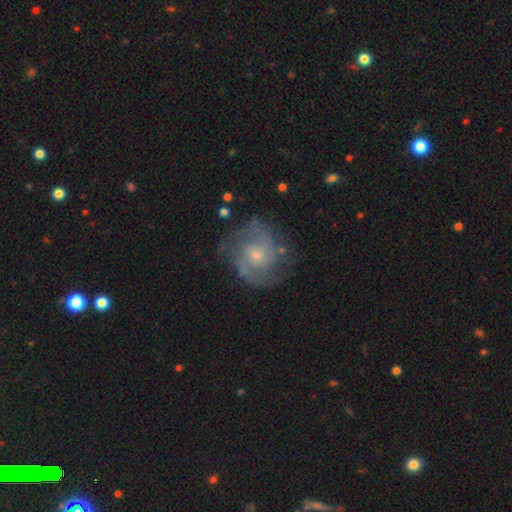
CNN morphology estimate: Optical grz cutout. It shows a featured or disk galaxy (81%) with no bar (63%), 2 (62%) medium (48%) spiral arms (92%) and a small central bulge (66%). Merging: none (68%).